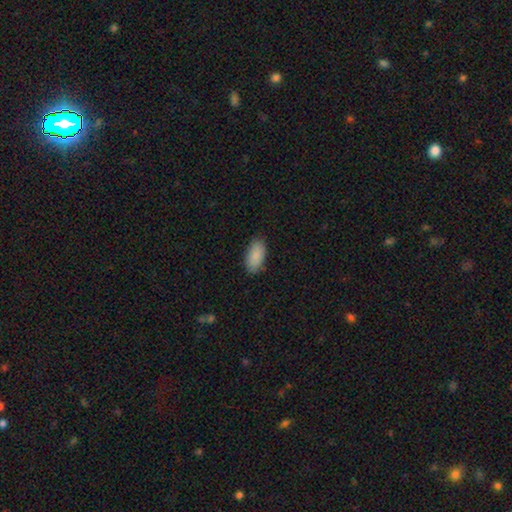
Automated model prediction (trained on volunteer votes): Smooth or featured: smooth — 89% (star or artifact — 6%)
How rounded: in between — 94% (cigar-shaped — 4%)
Merging: none — 85% (minor disturbance — 11%)